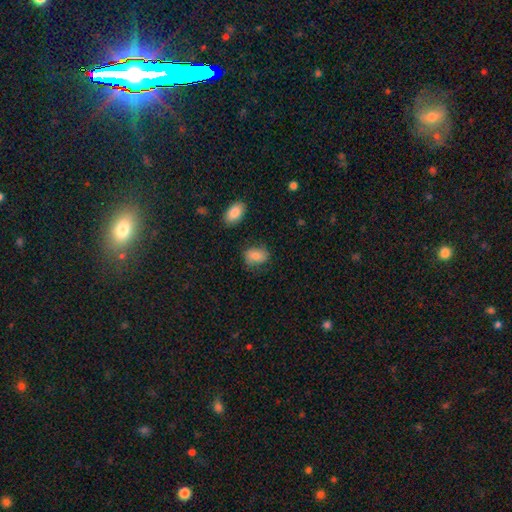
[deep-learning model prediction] smooth-or-featured: smooth: 79% | featured or disk: 12% | star or artifact: 9%
  how-rounded: in between: 72% | round: 27% | cigar-shaped: 1%
  merging: none: 70% | minor disturbance: 21% | major disturbance: 6% | merger: 3%